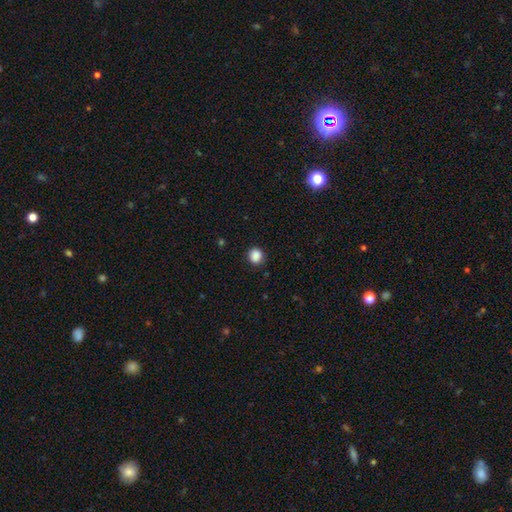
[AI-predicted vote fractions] Smooth or featured? smooth (87%)
How rounded? round (85%)
Merging? none (89%)